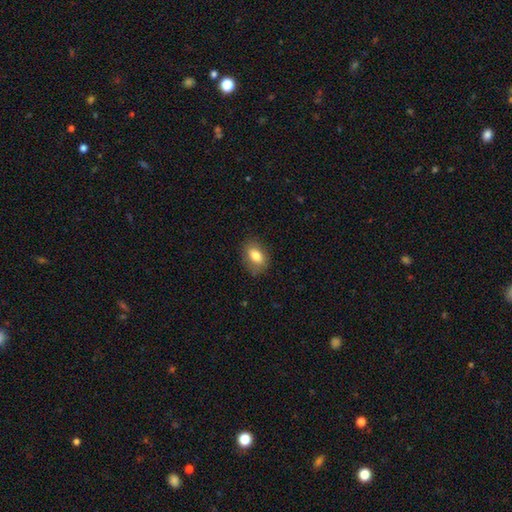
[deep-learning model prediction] Q: Smooth or featured?
A: smooth (78%); runner-up: featured or disk (14%)
Q: How rounded?
A: in between (81%); runner-up: round (16%)
Q: Merging?
A: none (80%); runner-up: minor disturbance (15%)